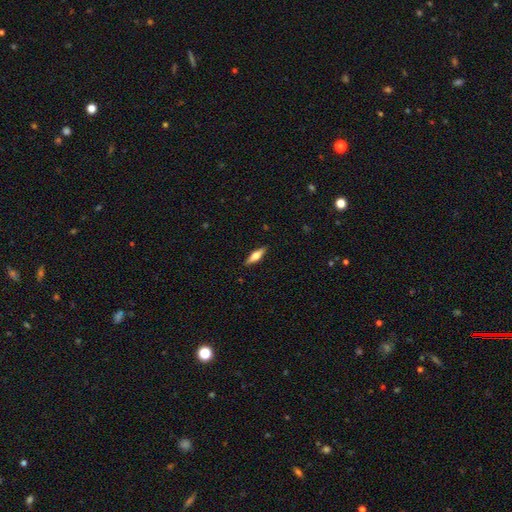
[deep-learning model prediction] A smooth galaxy with no disk features (49%).

Vote fractions:
- Smooth or featured? smooth: 49% / featured or disk: 45% / star or artifact: 6%
- Merging? none: 89% / minor disturbance: 8% / major disturbance: 2% / merger: 1%